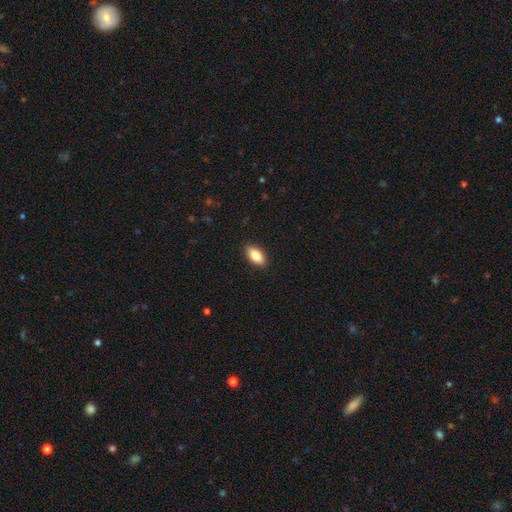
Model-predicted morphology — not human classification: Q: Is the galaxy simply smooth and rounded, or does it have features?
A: smooth — 86%.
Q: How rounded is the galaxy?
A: in between — 91%.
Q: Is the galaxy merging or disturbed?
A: none — 89%.